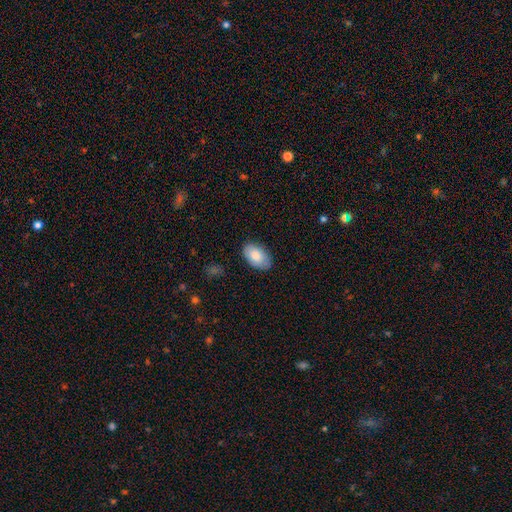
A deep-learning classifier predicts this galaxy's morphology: The model was most divided on "merging": none: 84%, minor disturbance: 13%, major disturbance: 2%, merger: 1%. More confident: how rounded — in between (93%); smooth or featured — smooth (83%).